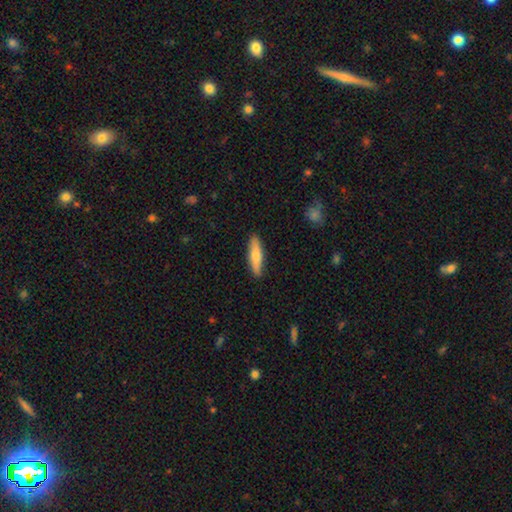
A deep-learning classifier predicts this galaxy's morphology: Smooth or featured: smooth — 68% (featured or disk — 27%)
How rounded: cigar-shaped — 71% (in between — 27%)
Merging: none — 89% (minor disturbance — 8%)